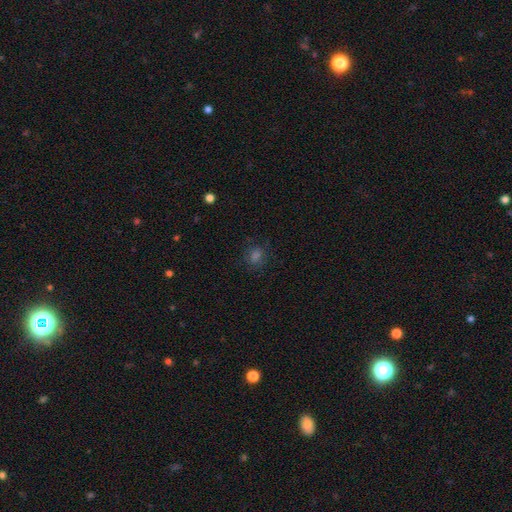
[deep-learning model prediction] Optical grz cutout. It shows a smooth galaxy with no disk features (63%) that is round (62%). Merging: none (81%).